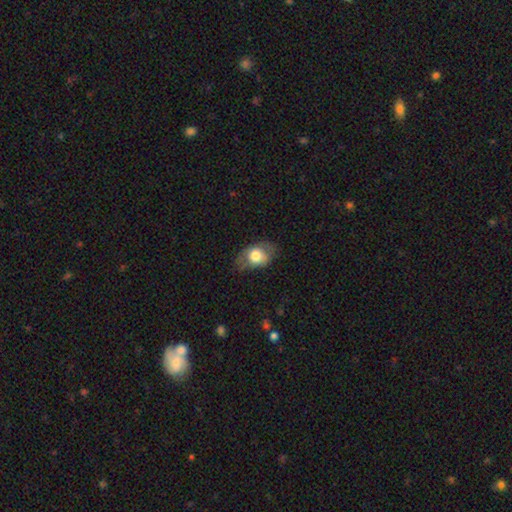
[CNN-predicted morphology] The model was most divided on "merging": none: 62%, minor disturbance: 25%, major disturbance: 12%, merger: 1%. More confident: how rounded — in between (75%); smooth or featured — smooth (69%).